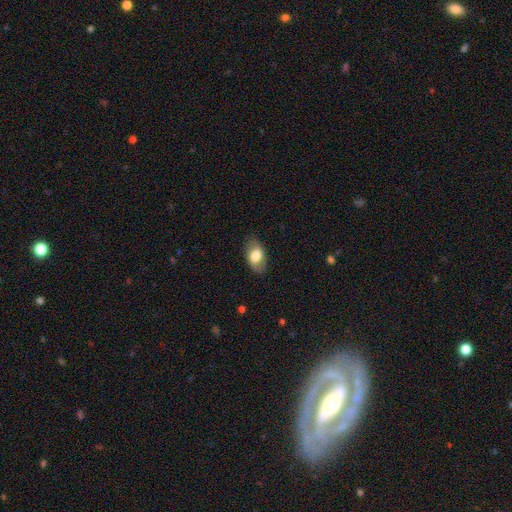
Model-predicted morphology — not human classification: The model was most divided on "smooth or featured": smooth: 72%, featured or disk: 22%, star or artifact: 7%. More confident: how rounded — in between (91%); merging — none (81%).